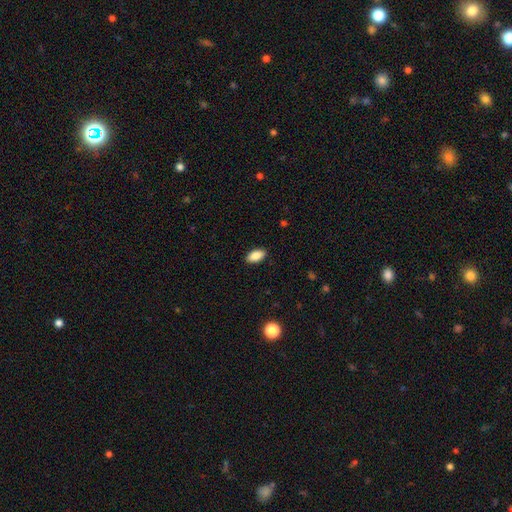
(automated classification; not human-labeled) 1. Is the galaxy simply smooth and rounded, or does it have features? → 87% smooth, 7% star or artifact, 6% featured or disk.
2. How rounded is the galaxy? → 91% in between, 6% cigar-shaped, 3% round.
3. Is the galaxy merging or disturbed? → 89% none, 8% minor disturbance, 2% major disturbance, 1% merger.